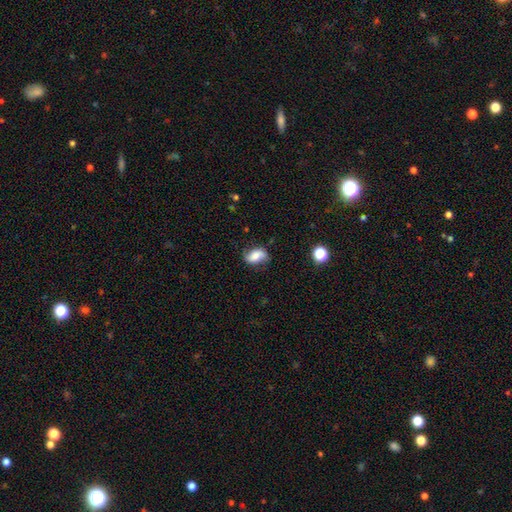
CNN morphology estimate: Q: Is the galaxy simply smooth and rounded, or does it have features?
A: smooth — 61%.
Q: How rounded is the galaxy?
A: in between — 84%.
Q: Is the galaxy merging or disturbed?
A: none — 67%.